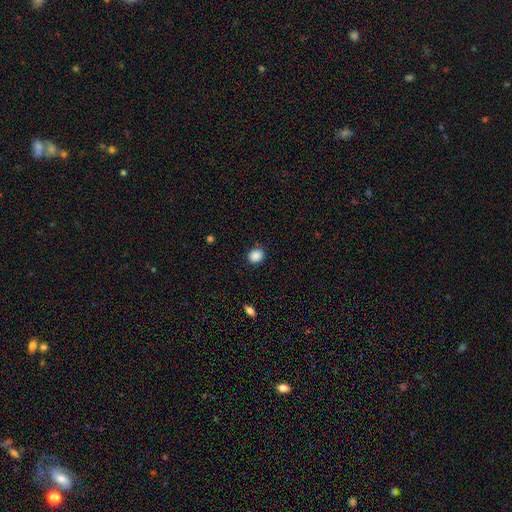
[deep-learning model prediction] Morphology: type=smooth (88%); roundness=round (65%); merging=none (87%).